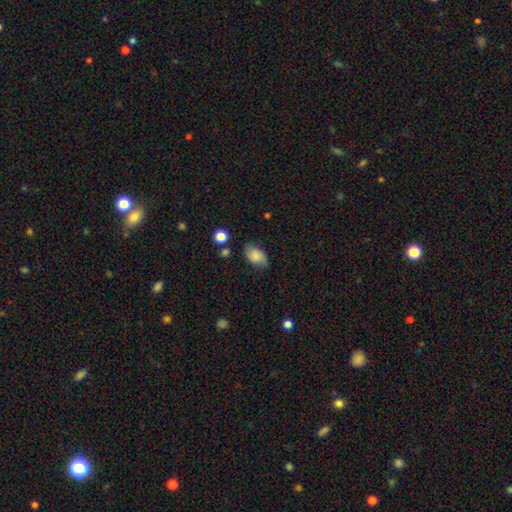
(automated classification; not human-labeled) Smooth or featured? smooth (69%)
How rounded? in between (87%)
Merging? none (72%)